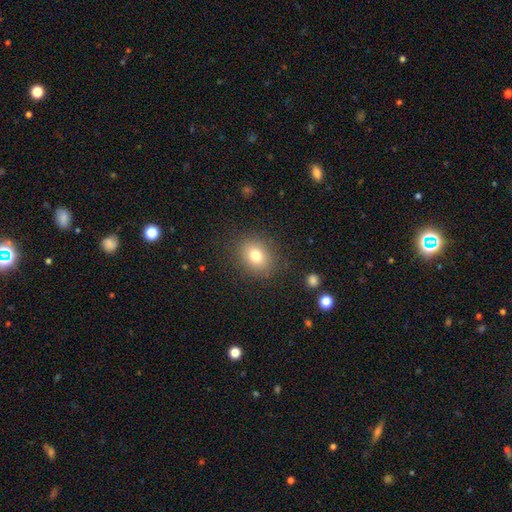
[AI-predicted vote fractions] smooth 78%, star or artifact 11%, featured or disk 11%. Down the decision tree: how rounded — in between (51%); merging — none (85%).